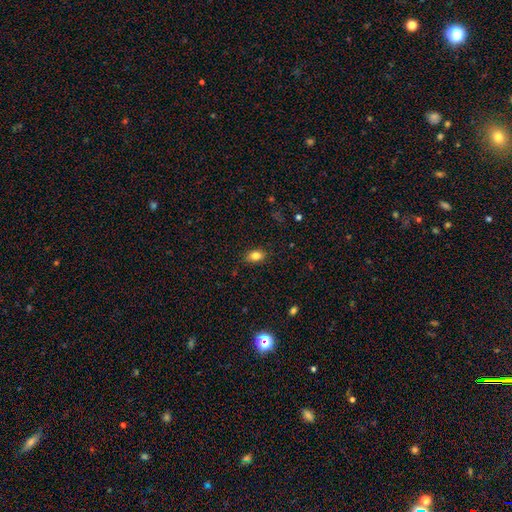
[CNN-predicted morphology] Smooth or featured: smooth — 82% (star or artifact — 10%)
How rounded: in between — 80% (round — 19%)
Merging: none — 85% (minor disturbance — 11%)